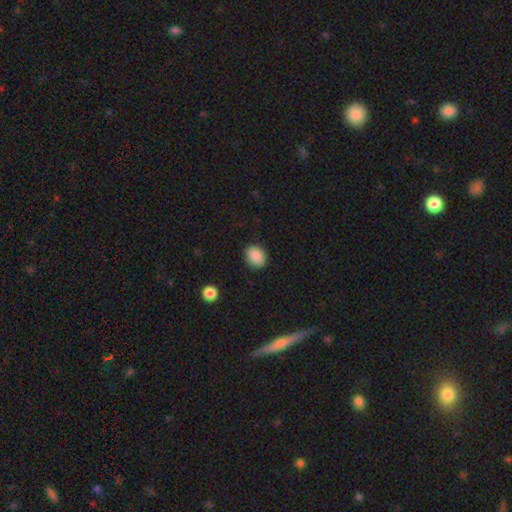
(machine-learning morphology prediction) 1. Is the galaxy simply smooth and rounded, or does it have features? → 88% smooth, 8% star or artifact, 4% featured or disk.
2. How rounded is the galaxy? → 51% round, 48% in between, 1% cigar-shaped.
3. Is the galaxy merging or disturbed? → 87% none, 10% minor disturbance, 2% major disturbance, 1% merger.